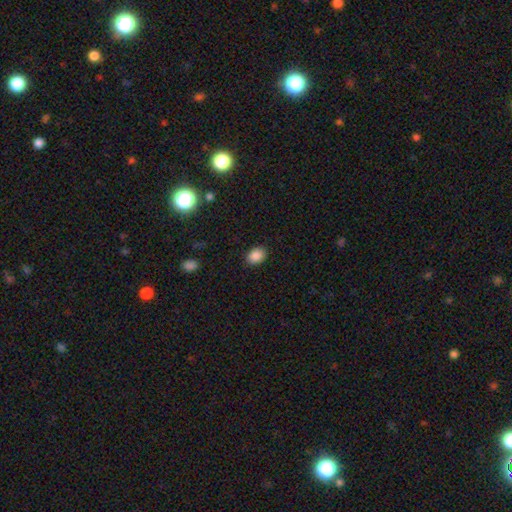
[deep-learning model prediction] Morphology: type=smooth (87%); roundness=in between (65%); merging=none (88%).